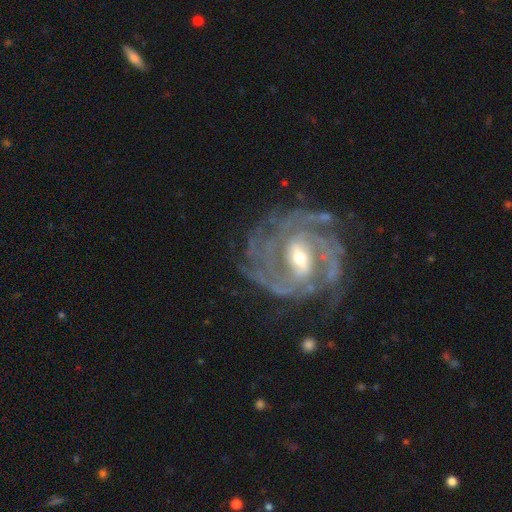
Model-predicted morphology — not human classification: A featured or disk galaxy (91%) with a weak bar (46%), 3 (25%) tight (67%) spiral arms (98%) and a moderate central bulge (58%). Merging: none (73%).